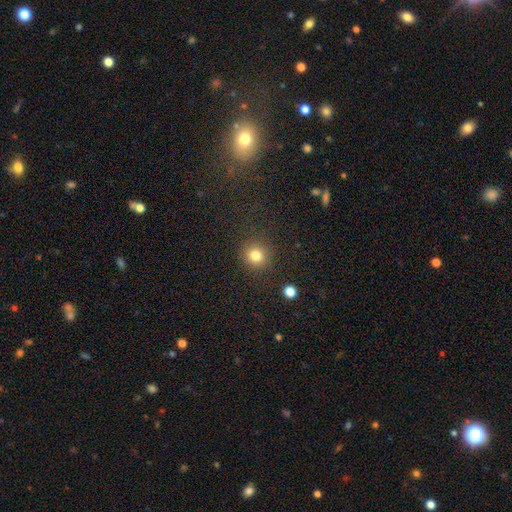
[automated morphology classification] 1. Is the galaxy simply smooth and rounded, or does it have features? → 82% smooth, 13% star or artifact, 5% featured or disk.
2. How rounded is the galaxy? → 91% round, 8% in between, 1% cigar-shaped.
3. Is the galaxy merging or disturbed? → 88% none, 7% minor disturbance, 3% major disturbance, 2% merger.